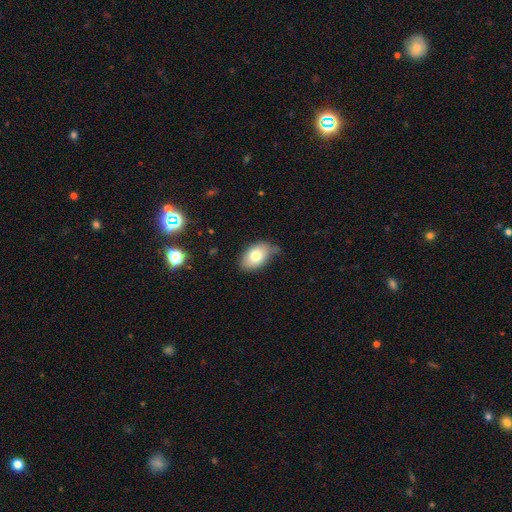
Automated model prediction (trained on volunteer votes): smooth_or_featured: smooth (p=0.76) [alt: featured or disk p=0.15]
how_rounded: in between (p=0.89) [alt: round p=0.09]
merging: none (p=0.61) [alt: minor disturbance p=0.31]